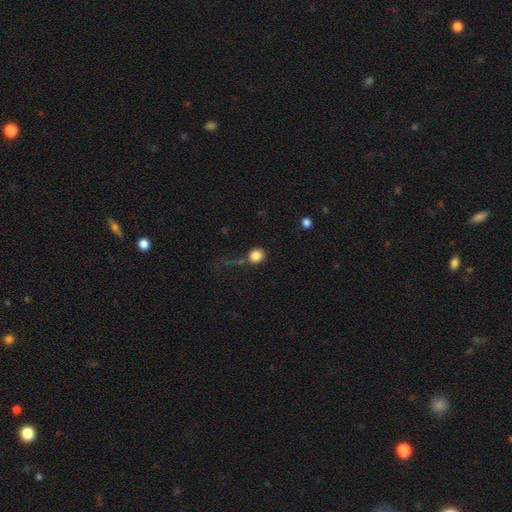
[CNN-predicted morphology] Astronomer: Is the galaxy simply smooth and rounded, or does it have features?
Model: smooth — 85%.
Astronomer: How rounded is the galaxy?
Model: round — 90%.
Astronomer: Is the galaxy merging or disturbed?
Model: none — 62%.